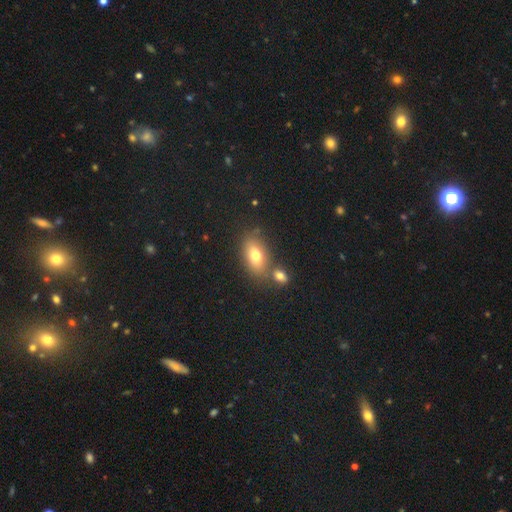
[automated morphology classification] This appears to be a smooth galaxy with no disk features (74%) that is in between round and cigar-shaped (86%). Merging: none (62%).